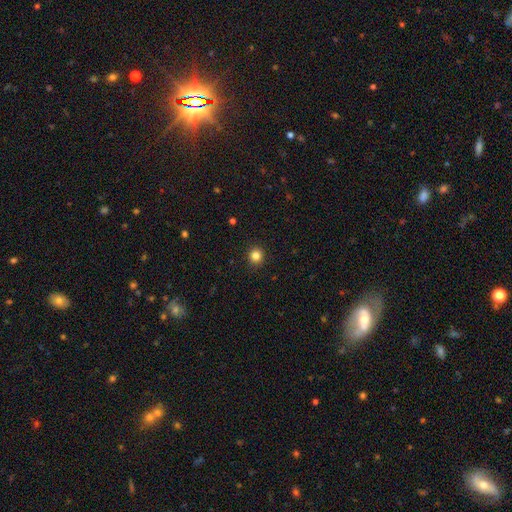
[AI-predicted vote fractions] Morphology: type=smooth (84%); roundness=round (92%); merging=none (93%).